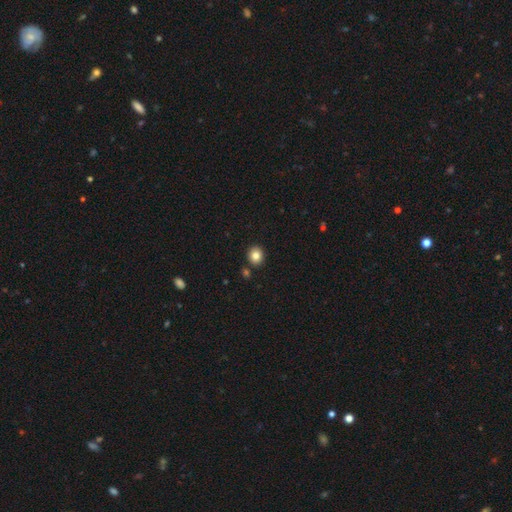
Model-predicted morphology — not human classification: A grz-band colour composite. It shows a smooth galaxy with no disk features (83%) that is round (82%). Merging: none (87%).